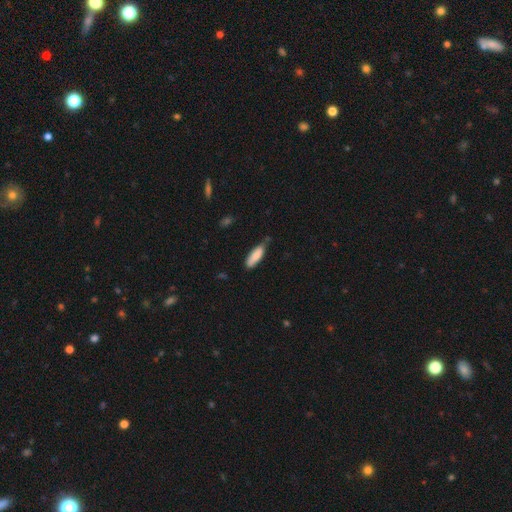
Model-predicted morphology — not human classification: This is clearly a smooth galaxy (83%). How rounded: possibly cigar-shaped (50%). Merging: likely none (63%).